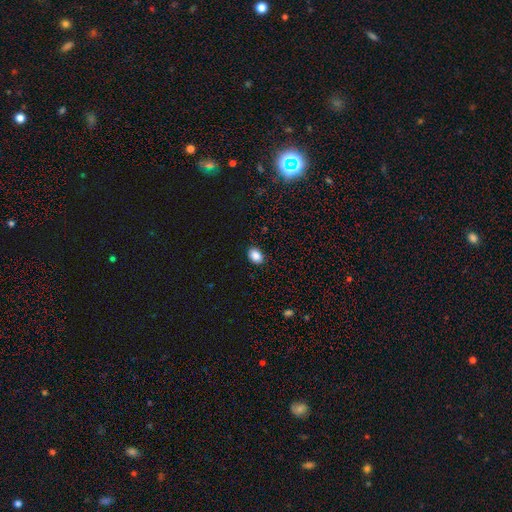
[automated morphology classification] smooth-or-featured: smooth: 88% | star or artifact: 9% | featured or disk: 3%
  how-rounded: in between: 72% | round: 27% | cigar-shaped: 1%
  merging: none: 87% | minor disturbance: 10% | major disturbance: 2% | merger: 1%